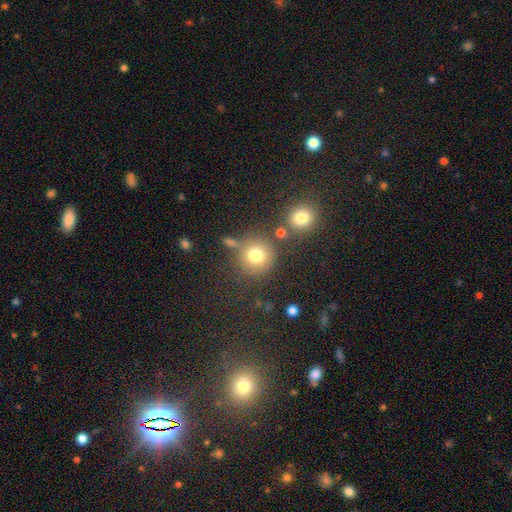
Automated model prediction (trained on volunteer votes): The model was most divided on "merging": none: 72%, merger: 12%, minor disturbance: 11%, major disturbance: 6%. More confident: how rounded — round (91%); smooth or featured — smooth (76%).